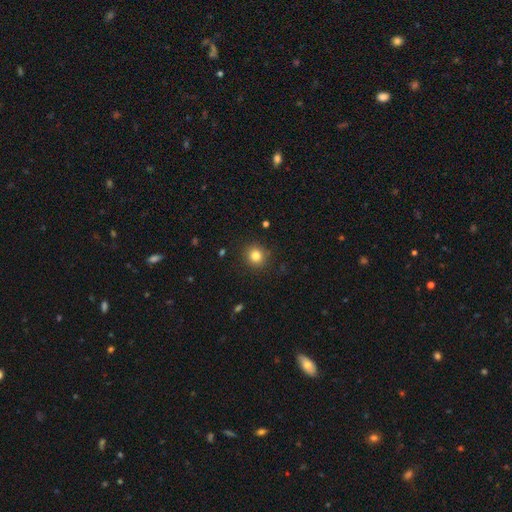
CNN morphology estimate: smooth_or_featured: smooth (p=0.82) [alt: star or artifact p=0.12]
how_rounded: round (p=0.88) [alt: in between p=0.11]
merging: none (p=0.88) [alt: minor disturbance p=0.08]